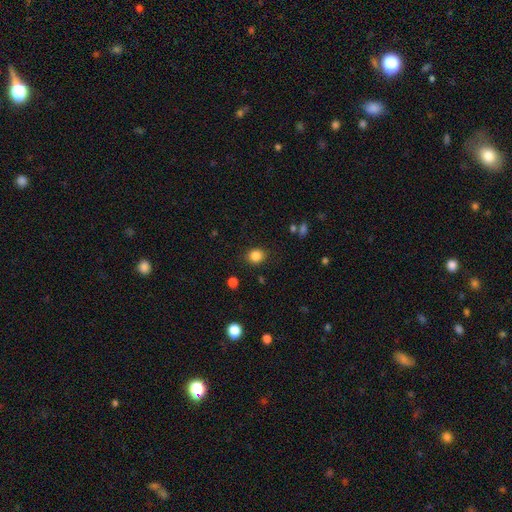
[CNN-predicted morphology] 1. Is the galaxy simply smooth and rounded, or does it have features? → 85% smooth, 11% star or artifact, 4% featured or disk.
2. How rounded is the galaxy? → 73% round, 27% in between, 1% cigar-shaped.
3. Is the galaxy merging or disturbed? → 86% none, 9% minor disturbance, 3% major disturbance, 2% merger.